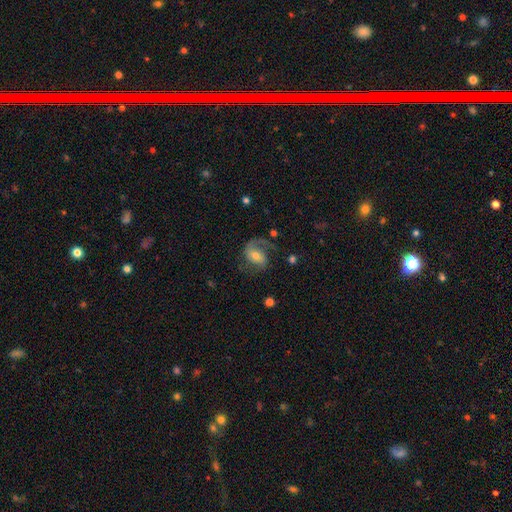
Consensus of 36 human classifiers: Q: Smooth or featured?
A: featured or disk (75%); runner-up: smooth (25%)
Q: Edge-on disk?
A: no (100%)
Q: Bar?
A: no (41%); runner-up: weak (37%)
Q: Spiral arms?
A: yes (96%); runner-up: no (4%)
Q: Spiral winding?
A: loose (50%); runner-up: medium (42%)
Q: Spiral arm count?
A: 1 (50%); tied with: 2 (50%)
Q: Bulge size?
A: moderate (59%); runner-up: small (33%)
Q: Merging?
A: none (56%); runner-up: major disturbance (25%)